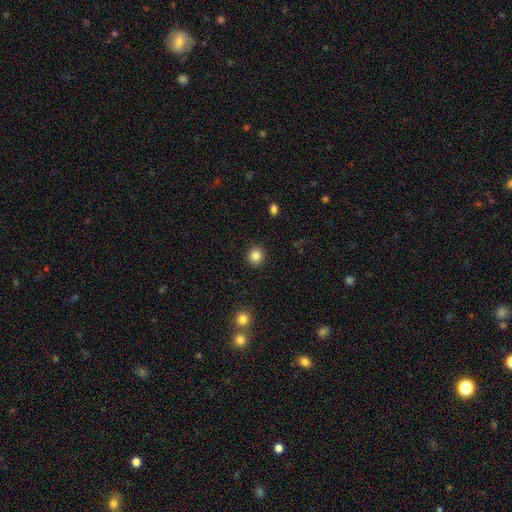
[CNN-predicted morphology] Smooth or featured: smooth — 85% (star or artifact — 11%)
How rounded: round — 92% (in between — 7%)
Merging: none — 91% (minor disturbance — 6%)